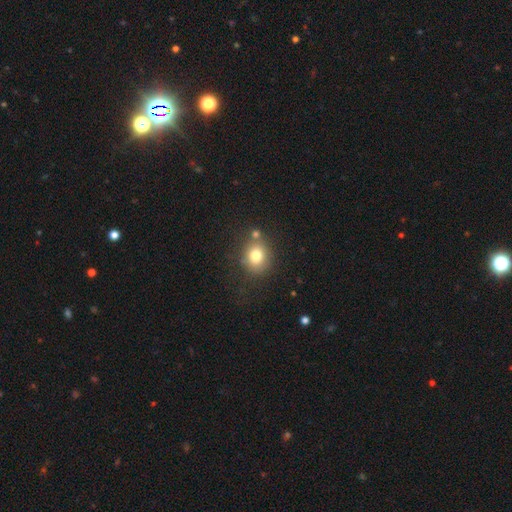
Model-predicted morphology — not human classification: Smooth or featured? smooth (78%)
How rounded? round (71%)
Merging? none (69%)